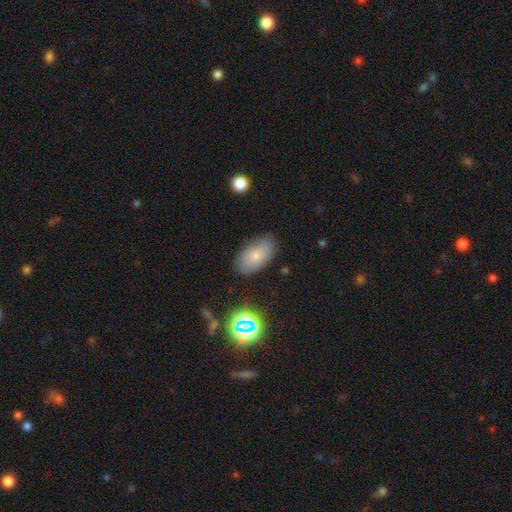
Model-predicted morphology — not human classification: This appears to be a smooth galaxy with no disk features (72%) that is in between round and cigar-shaped (93%). Merging: none (79%).